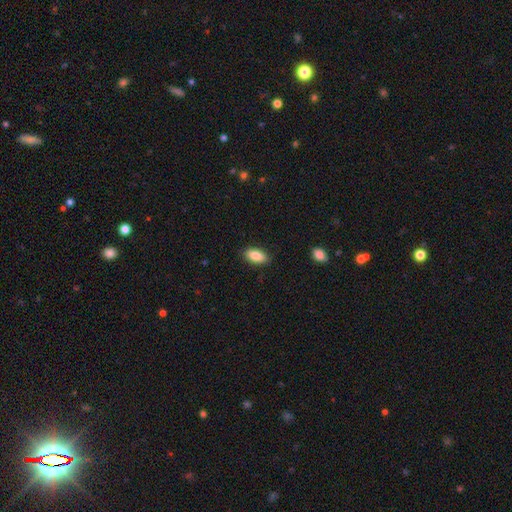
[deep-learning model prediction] Smooth or featured: smooth — 87% (star or artifact — 7%)
How rounded: in between — 91% (cigar-shaped — 6%)
Merging: none — 87% (minor disturbance — 10%)